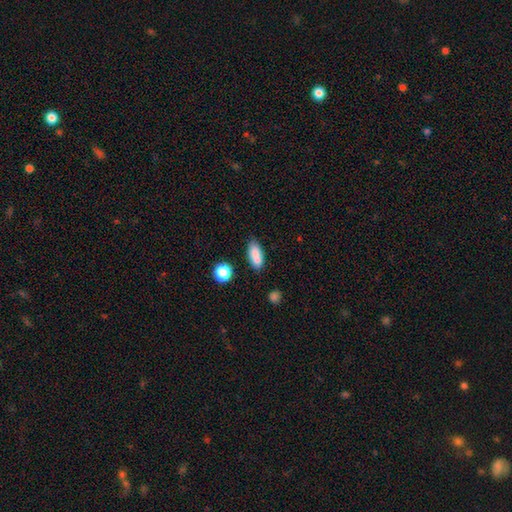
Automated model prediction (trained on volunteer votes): smooth_or_featured: smooth (p=0.81) [alt: featured or disk p=0.10]
how_rounded: in between (p=0.79) [alt: cigar-shaped p=0.16]
merging: none (p=0.64) [alt: merger p=0.16]